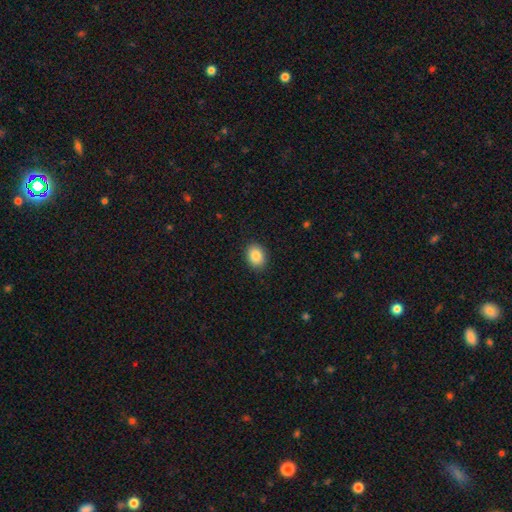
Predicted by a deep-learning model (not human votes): This is clearly a smooth galaxy (87%). How rounded: possibly in between (57%). Merging: clearly none (89%).